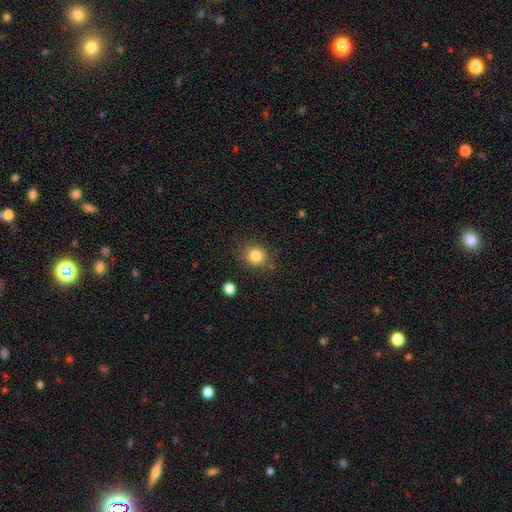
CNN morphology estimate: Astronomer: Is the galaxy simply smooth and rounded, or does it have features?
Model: smooth — 84%.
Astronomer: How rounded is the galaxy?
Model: round — 76%.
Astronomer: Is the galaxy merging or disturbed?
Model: none — 80%.